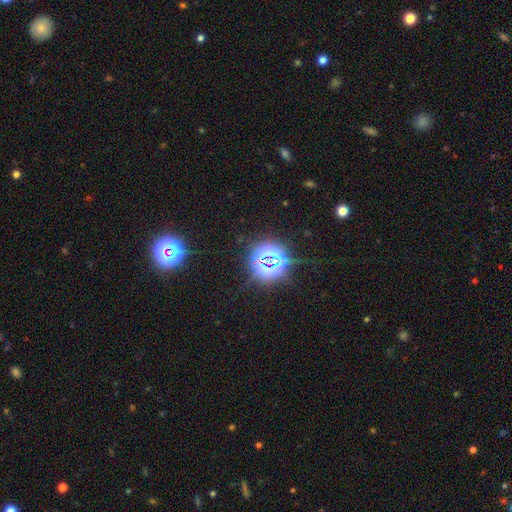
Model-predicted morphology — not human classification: smooth_or_featured: star or artifact (p=0.78) [alt: smooth p=0.14]